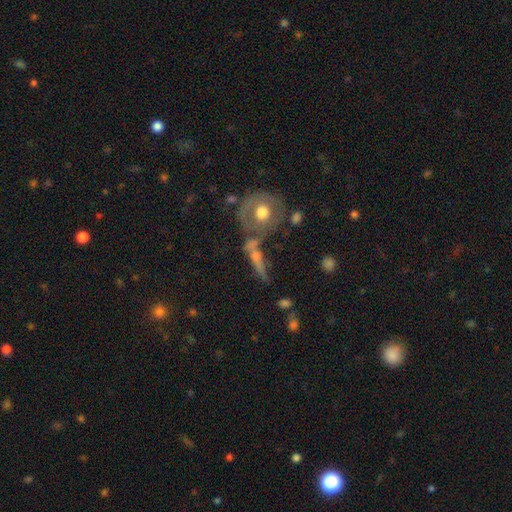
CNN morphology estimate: smooth_or_featured: featured or disk (p=0.49) [alt: smooth p=0.40]
merging: none (p=0.47) [alt: merger p=0.27]